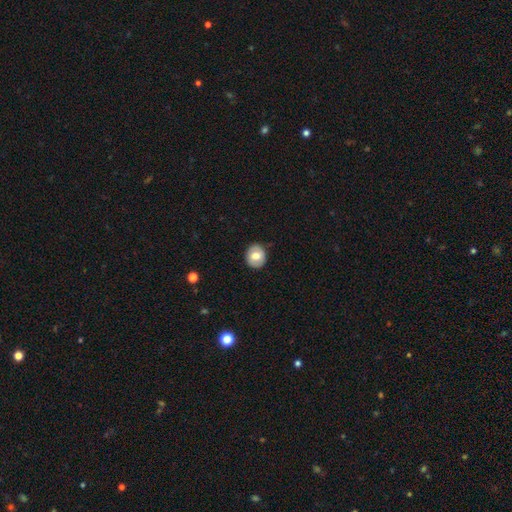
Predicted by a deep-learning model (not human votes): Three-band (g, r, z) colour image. It shows a smooth galaxy with no disk features (68%) that is round (77%). Merging: none (87%).